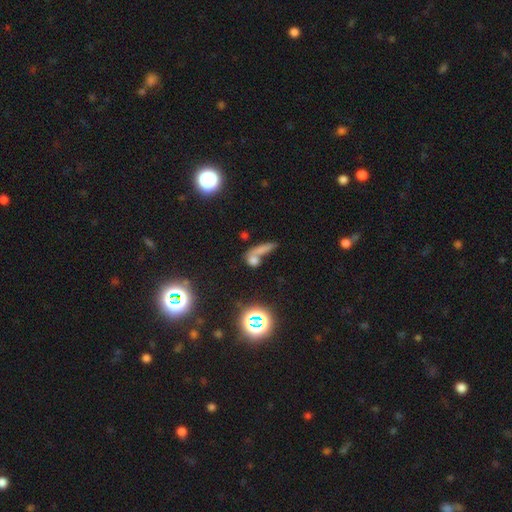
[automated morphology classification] type=smooth (57%); roundness=cigar-shaped (39%); merging=merger (48%).